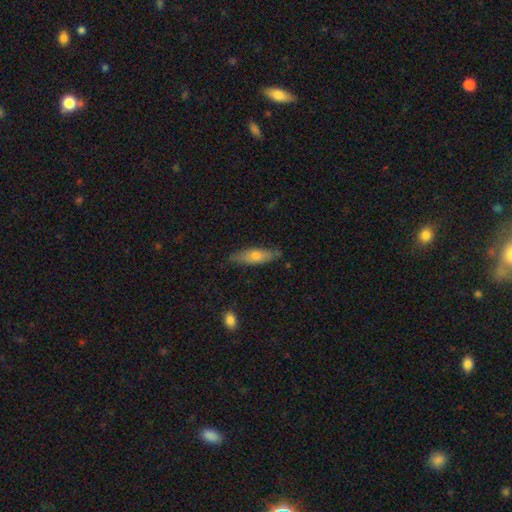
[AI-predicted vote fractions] Smooth or featured?
  - smooth: 63% *
  - featured or disk: 31%
  - star or artifact: 6%
How rounded?
  - cigar-shaped: 53% *
  - in between: 45%
  - round: 2%
Merging?
  - none: 75% *
  - minor disturbance: 20%
  - major disturbance: 3%
  - merger: 2%